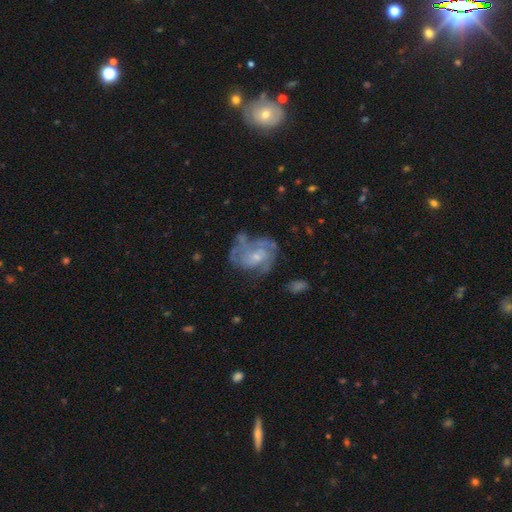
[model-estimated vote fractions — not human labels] This appears to be a featured or disk galaxy (76%) with no bar (72%), tight (44%) spiral arms (80%) and a small central bulge (63%). Merging: none (51%).